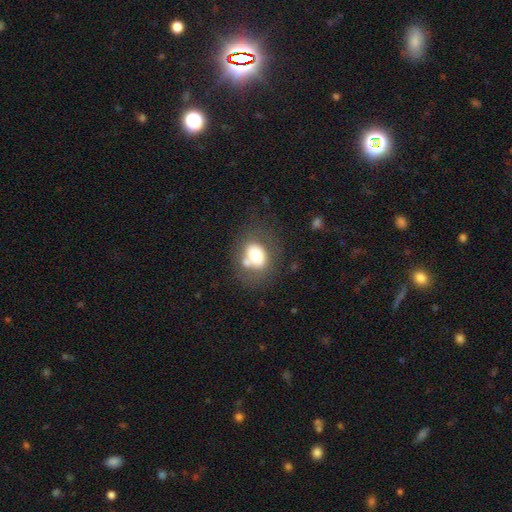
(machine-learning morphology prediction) Smooth or featured? smooth (65%)
How rounded? in between (54%)
Merging? none (52%)